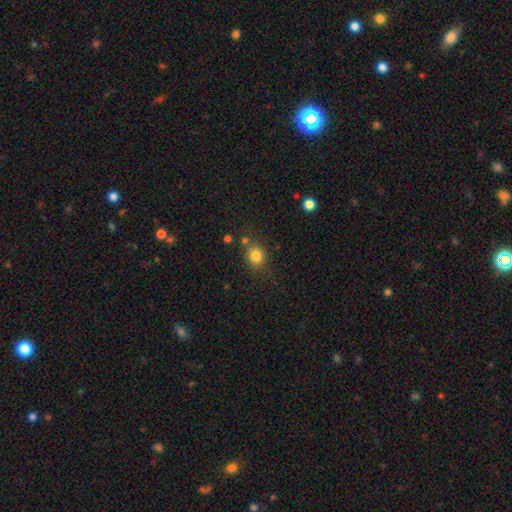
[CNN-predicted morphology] Smooth or featured? smooth (82%)
How rounded? round (69%)
Merging? none (71%)